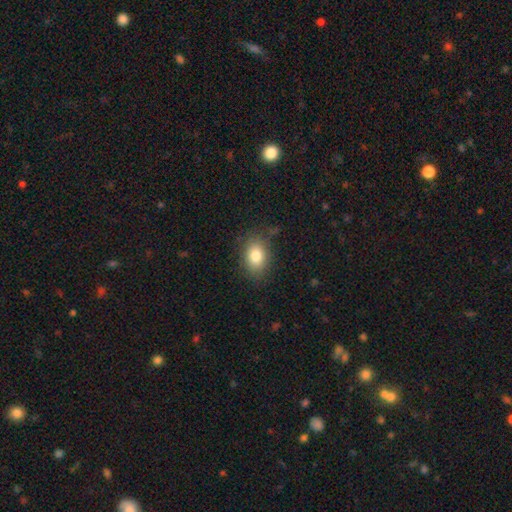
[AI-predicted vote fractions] Q: Smooth or featured?
A: smooth (81%); runner-up: featured or disk (9%)
Q: How rounded?
A: in between (77%); runner-up: round (22%)
Q: Merging?
A: none (81%); runner-up: minor disturbance (13%)